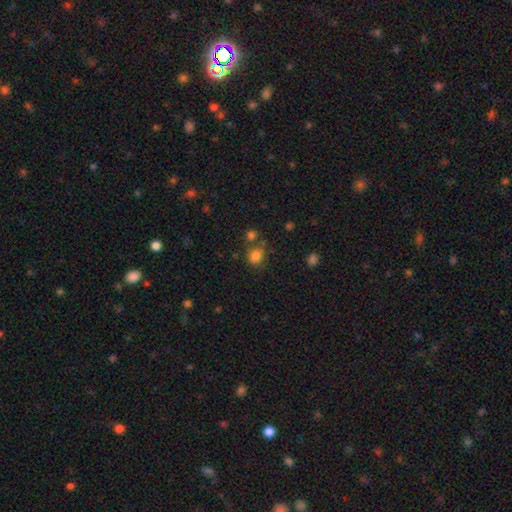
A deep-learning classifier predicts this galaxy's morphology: type=smooth (82%); roundness=round (64%); merging=none (65%).